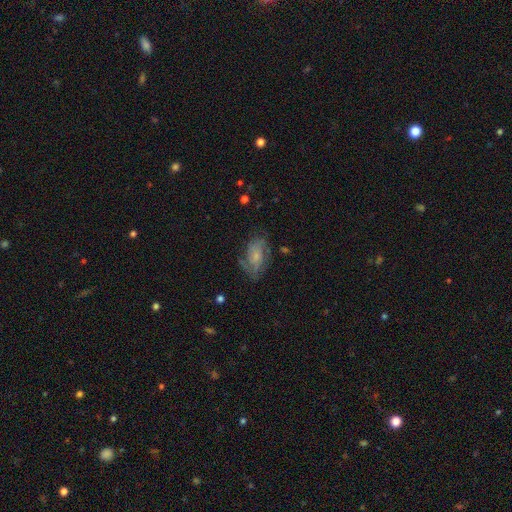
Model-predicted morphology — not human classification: This appears to be a featured or disk galaxy (59%) with no bar (67%), spiral arms (79%) and a small central bulge (64%). Merging: none (59%).